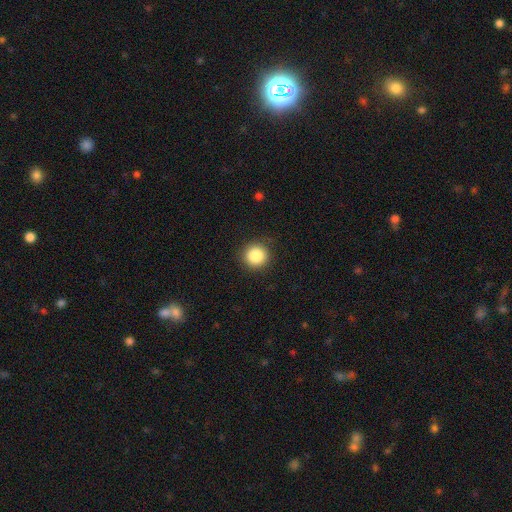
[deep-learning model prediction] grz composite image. It shows a smooth galaxy with no disk features (86%) that is round (94%). Merging: none (89%).